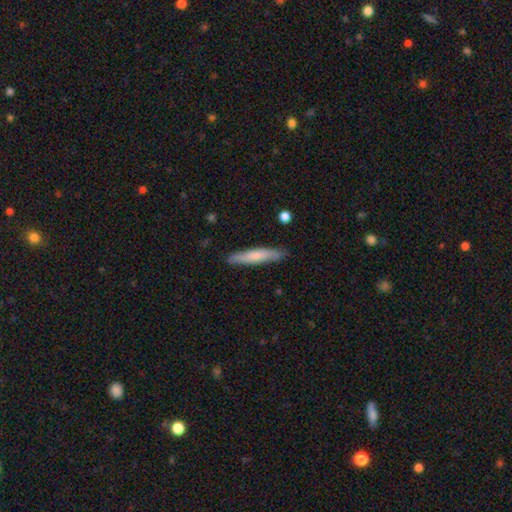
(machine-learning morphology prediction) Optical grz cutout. It shows a smooth galaxy with no disk features (68%) that is cigar-shaped (91%). Merging: none (87%).